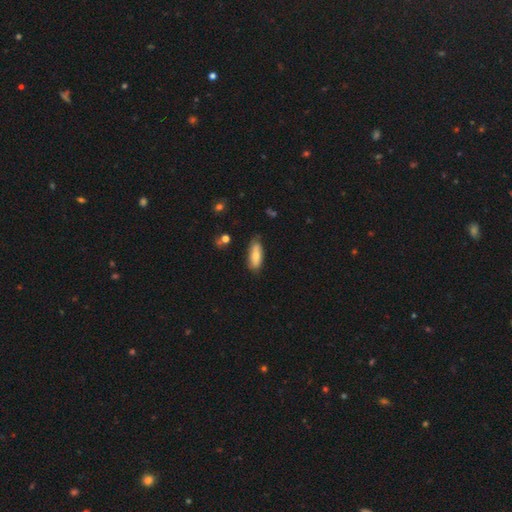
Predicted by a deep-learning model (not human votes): A smooth galaxy with no disk features (73%) that is in between round and cigar-shaped (69%).

Vote fractions:
- Smooth or featured? smooth: 73% / featured or disk: 20% / star or artifact: 6%
- How rounded? in between: 69% / cigar-shaped: 29% / round: 2%
- Merging? none: 74% / minor disturbance: 20% / major disturbance: 3% / merger: 2%